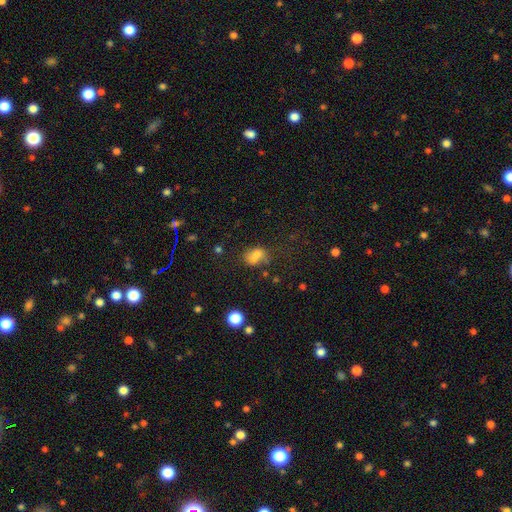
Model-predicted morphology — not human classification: Smooth or featured: smooth — 68% (featured or disk — 16%)
How rounded: in between — 68% (round — 30%)
Merging: none — 37% (merger — 26%)